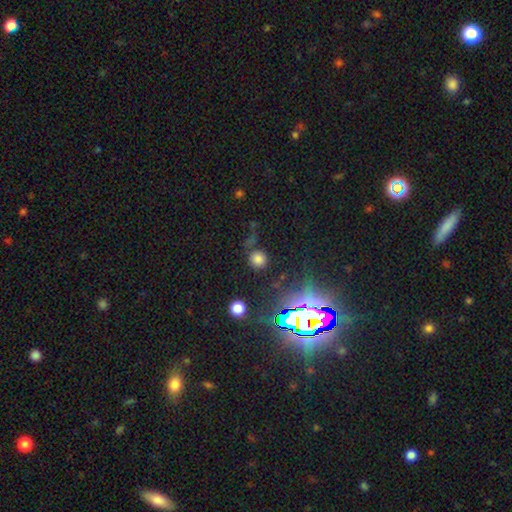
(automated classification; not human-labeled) The model was most divided on "smooth or featured": smooth: 56%, star or artifact: 37%, featured or disk: 8%. More confident: how rounded — round (90%); merging — none (77%).